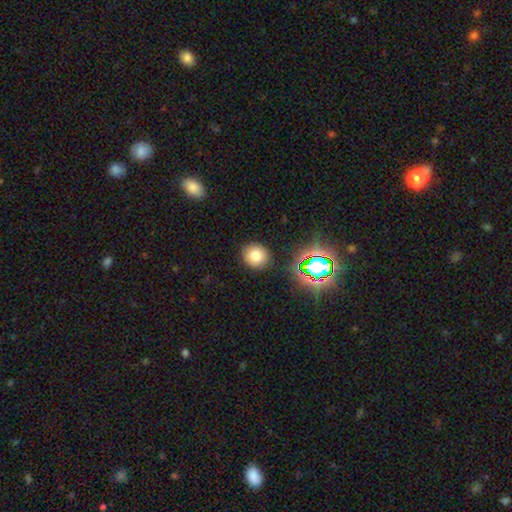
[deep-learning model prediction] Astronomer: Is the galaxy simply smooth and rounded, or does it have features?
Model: smooth — 76%.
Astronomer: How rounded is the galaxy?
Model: round — 86%.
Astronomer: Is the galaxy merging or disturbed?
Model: none — 88%.